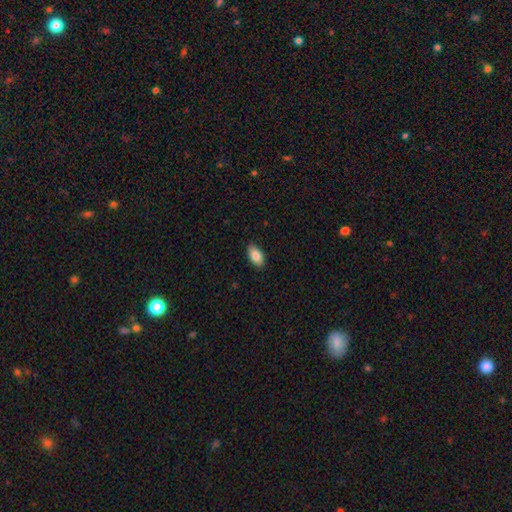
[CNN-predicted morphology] Q: Smooth or featured?
A: smooth (87%); runner-up: star or artifact (7%)
Q: How rounded?
A: in between (94%); runner-up: cigar-shaped (3%)
Q: Merging?
A: none (89%); runner-up: minor disturbance (9%)